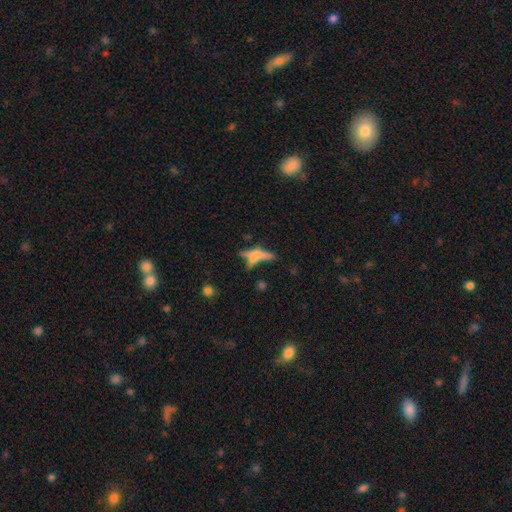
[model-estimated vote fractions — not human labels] A smooth galaxy with no disk features (46%).

Vote fractions:
- Smooth or featured? smooth: 46% / featured or disk: 40% / star or artifact: 14%
- Merging? none: 44% / merger: 26% / minor disturbance: 16% / major disturbance: 15%